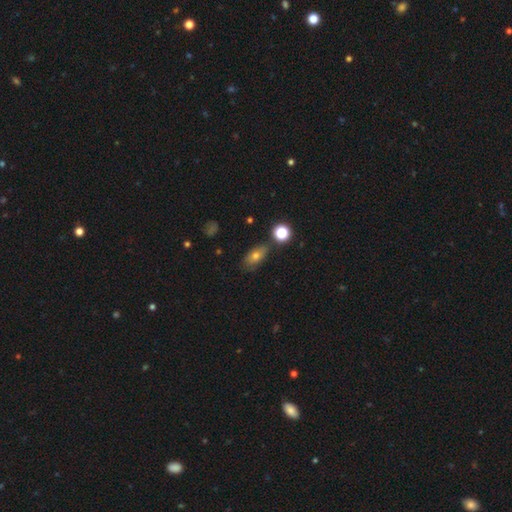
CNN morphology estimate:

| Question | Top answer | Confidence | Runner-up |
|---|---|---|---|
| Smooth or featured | smooth | 69% | featured or disk (17%) |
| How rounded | in between | 79% | round (13%) |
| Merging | none | 74% | minor disturbance (16%) |